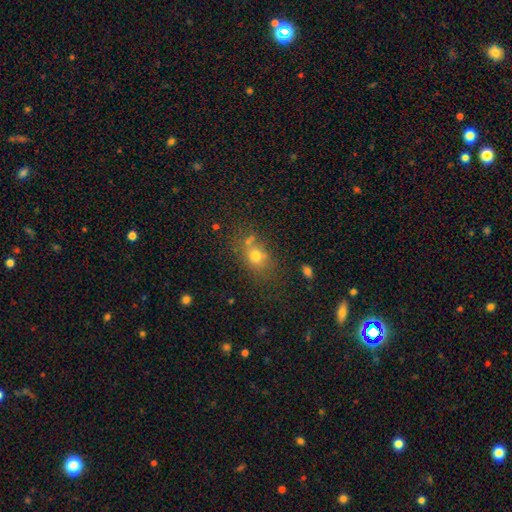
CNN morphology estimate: Q: Smooth or featured?
A: smooth (69%); runner-up: star or artifact (16%)
Q: How rounded?
A: in between (56%); runner-up: round (42%)
Q: Merging?
A: none (61%); runner-up: minor disturbance (17%)